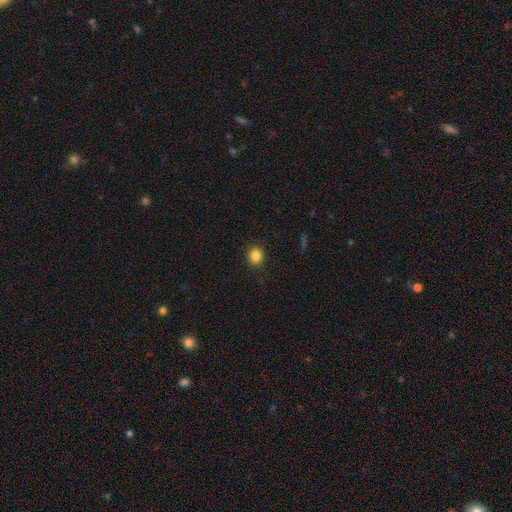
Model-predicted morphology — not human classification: This is clearly a smooth galaxy (85%). How rounded: clearly round (80%). Merging: clearly none (89%).